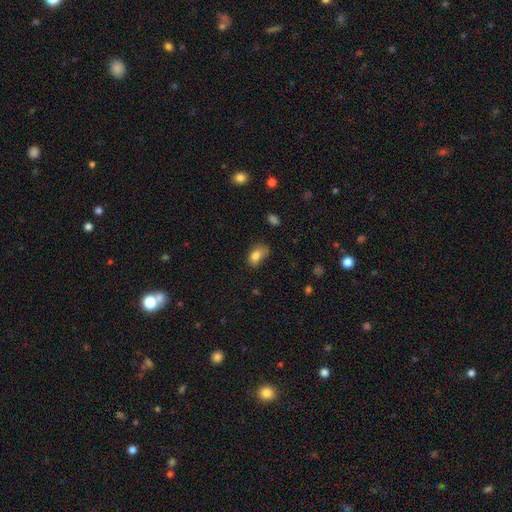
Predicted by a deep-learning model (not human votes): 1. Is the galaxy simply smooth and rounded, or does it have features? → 79% smooth, 10% star or artifact, 10% featured or disk.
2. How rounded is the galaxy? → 81% in between, 17% round, 2% cigar-shaped.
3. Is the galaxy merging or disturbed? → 38% none, 36% minor disturbance, 20% major disturbance, 7% merger.